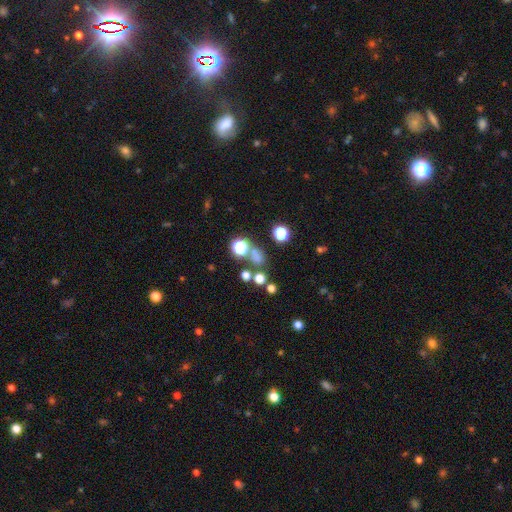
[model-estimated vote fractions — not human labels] smooth_or_featured: smooth (p=0.56) [alt: star or artifact p=0.35]
how_rounded: round (p=0.70) [alt: in between p=0.28]
merging: none (p=0.63) [alt: merger p=0.20]